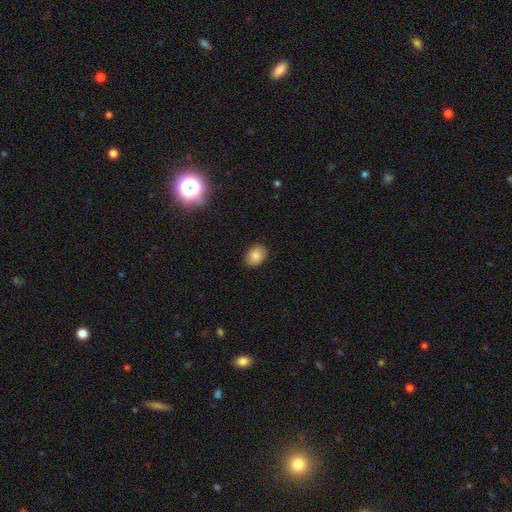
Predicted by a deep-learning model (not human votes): A smooth galaxy with no disk features (84%) that is in between round and cigar-shaped (70%). Merging: none (88%).